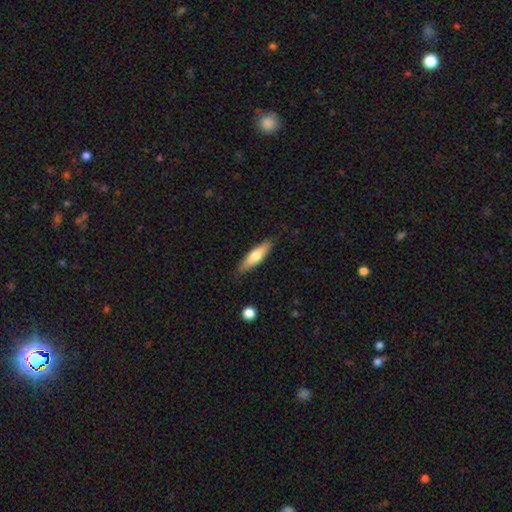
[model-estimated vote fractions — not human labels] This appears to be a smooth galaxy with no disk features (60%) that is cigar-shaped (66%). Merging: none (85%).